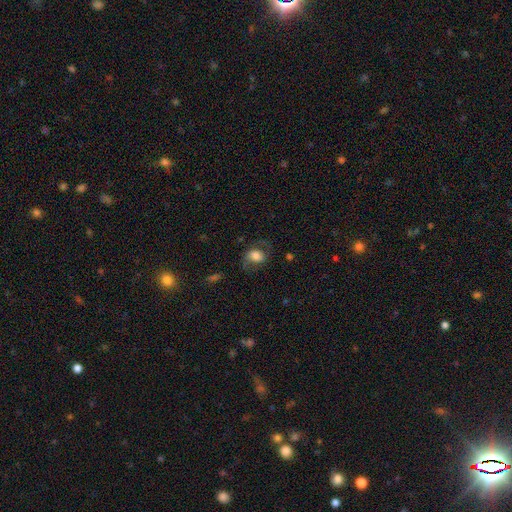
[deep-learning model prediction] smooth 57%, featured or disk 34%, star or artifact 9%. Down the decision tree: how rounded — in between (65%); merging — none (63%).